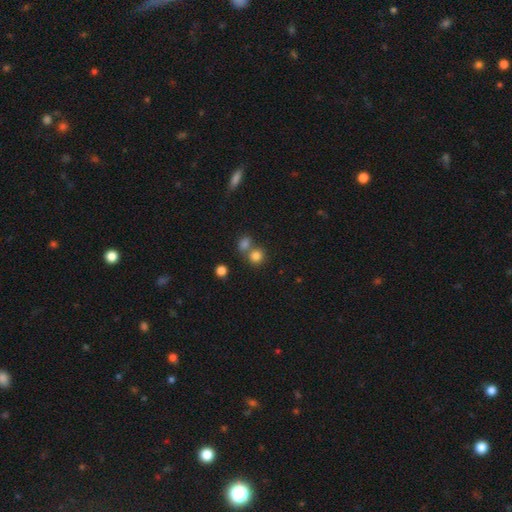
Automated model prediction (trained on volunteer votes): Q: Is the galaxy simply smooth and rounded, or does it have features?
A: smooth — 81%.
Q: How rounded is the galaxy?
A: round — 84%.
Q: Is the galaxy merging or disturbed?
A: none — 54%.